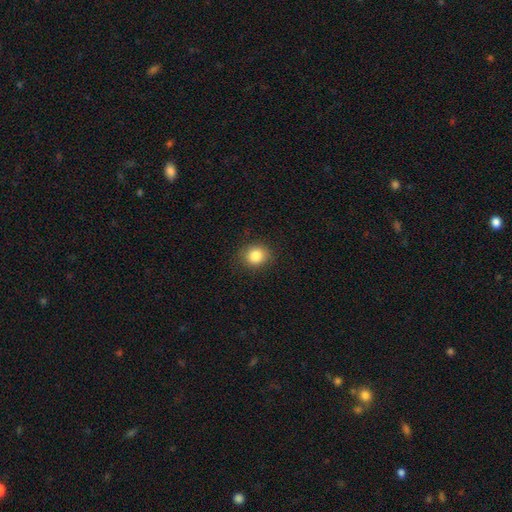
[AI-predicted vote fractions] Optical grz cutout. It shows a smooth galaxy with no disk features (84%) that is round (78%). Merging: none (87%).